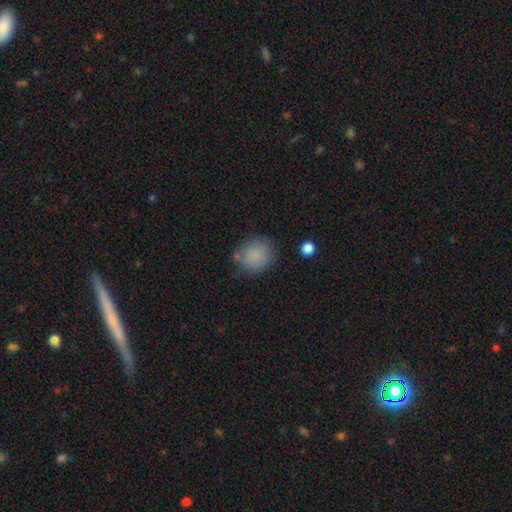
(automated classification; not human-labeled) Morphology: type=smooth (83%); roundness=round (77%); merging=none (70%).